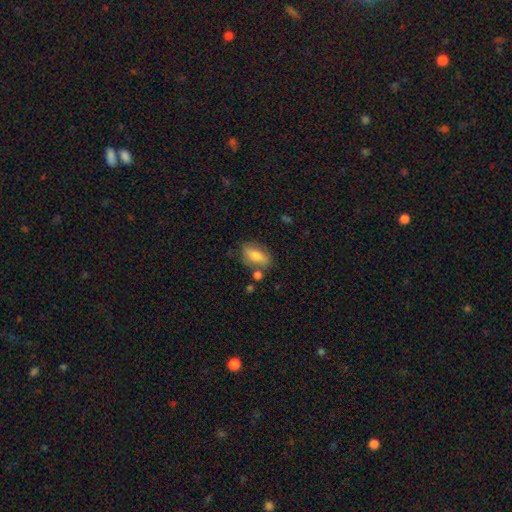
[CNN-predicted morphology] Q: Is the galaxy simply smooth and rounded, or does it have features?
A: smooth — 65%.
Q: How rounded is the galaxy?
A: in between — 80%.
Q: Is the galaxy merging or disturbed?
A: none — 70%.